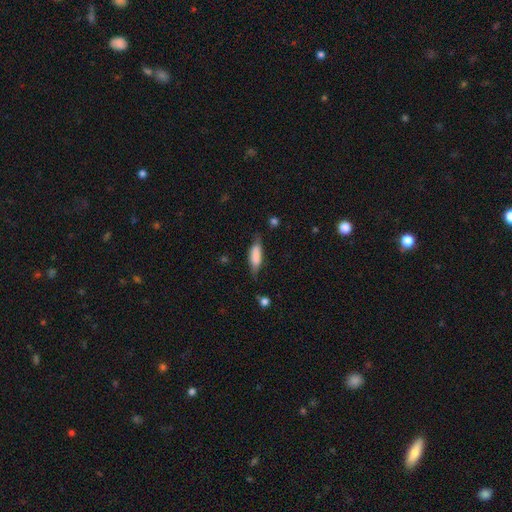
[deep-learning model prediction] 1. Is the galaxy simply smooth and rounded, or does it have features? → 73% smooth, 20% featured or disk, 7% star or artifact.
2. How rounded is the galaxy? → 56% in between, 42% cigar-shaped, 2% round.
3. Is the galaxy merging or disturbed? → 67% none, 25% minor disturbance, 6% major disturbance, 2% merger.